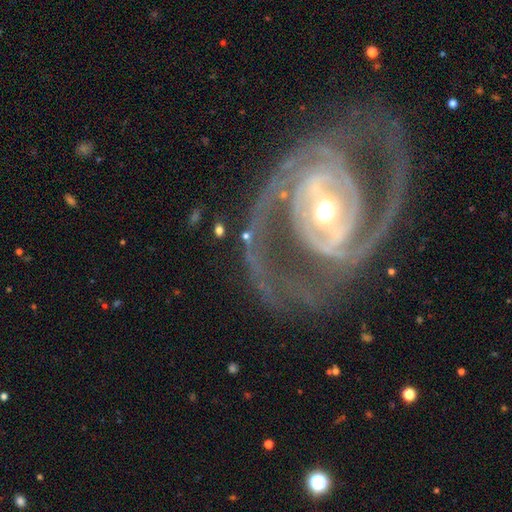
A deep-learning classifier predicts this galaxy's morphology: A featured or disk galaxy (90%) with a strong bar (43%), 2 (74%) medium (46%) spiral arms (96%) and a moderate central bulge (62%).

Vote fractions:
- Smooth or featured? featured or disk: 90% / star or artifact: 5% / smooth: 4%
- Edge-on disk? no: 97% / yes: 3%
- Bar? strong: 43% / weak: 33% / no: 24%
- Spiral arms? yes: 96% / no: 4%
- Spiral winding? medium: 46% / tight: 39% / loose: 15%
- Spiral arm count? 2: 74% / can't tell: 8% / 3: 8% / 1: 4% / 4: 3% / more than 4: 3%
- Bulge size? moderate: 62% / small: 29% / large: 7% / dominant: 1% / none: 1%
- Merging? none: 65% / major disturbance: 17% / minor disturbance: 15% / merger: 3%